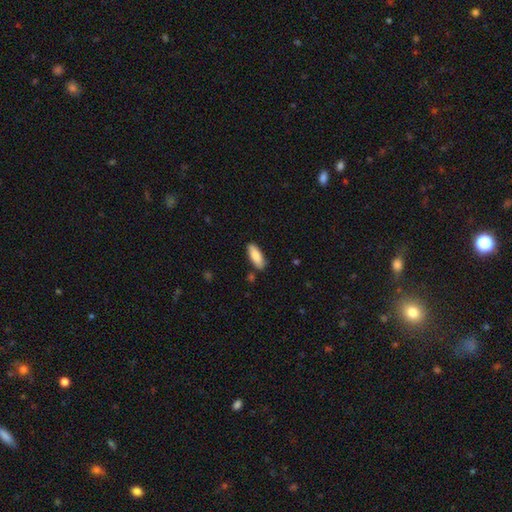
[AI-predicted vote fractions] smooth-or-featured: smooth: 85% | featured or disk: 9% | star or artifact: 6%
  how-rounded: in between: 73% | cigar-shaped: 26% | round: 2%
  merging: none: 83% | minor disturbance: 12% | merger: 3% | major disturbance: 2%